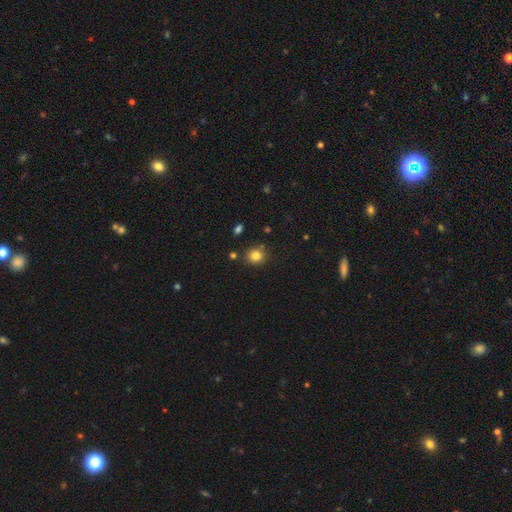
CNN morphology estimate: Smooth or featured? Predicted: smooth (p=0.82). How rounded? Predicted: round (p=0.85). Merging? Predicted: none (p=0.83).